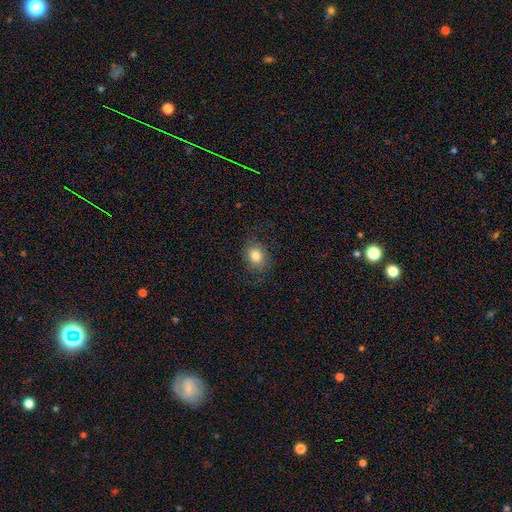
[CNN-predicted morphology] This is clearly a smooth galaxy (80%). How rounded: possibly round (54%). Merging: likely none (78%).